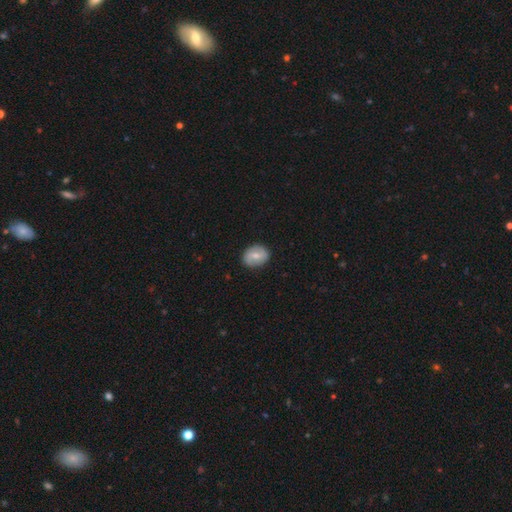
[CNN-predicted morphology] This appears to be a smooth galaxy with no disk features (51%) that is in between round and cigar-shaped (51%). Merging: none (85%).